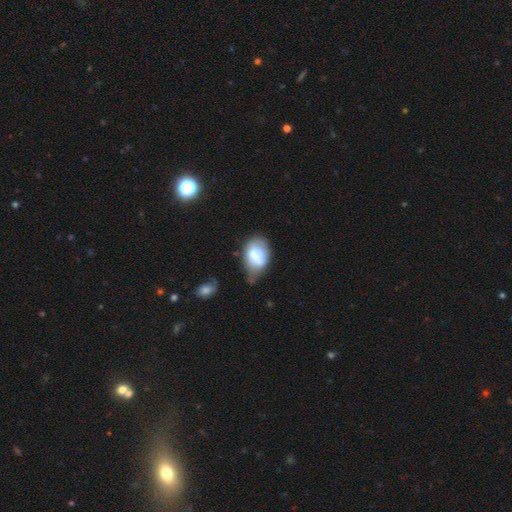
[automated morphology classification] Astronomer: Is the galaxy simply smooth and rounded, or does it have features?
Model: smooth — 65%.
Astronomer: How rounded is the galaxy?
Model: in between — 84%.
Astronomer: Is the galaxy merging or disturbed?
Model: minor disturbance — 39% (runner-up: none, 33%).